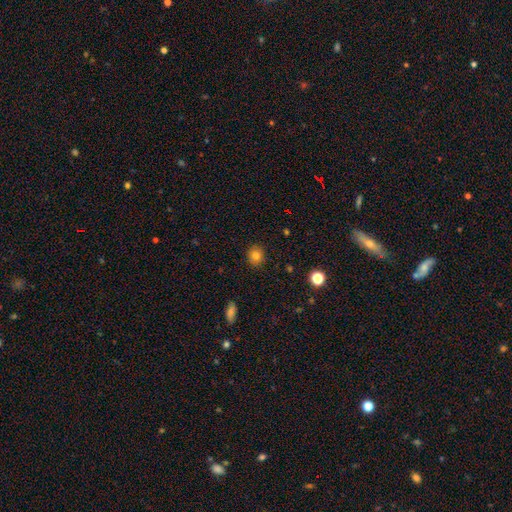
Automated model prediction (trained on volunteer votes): Smooth or featured: smooth — 80% (star or artifact — 12%)
How rounded: round — 81% (in between — 18%)
Merging: none — 89% (minor disturbance — 8%)